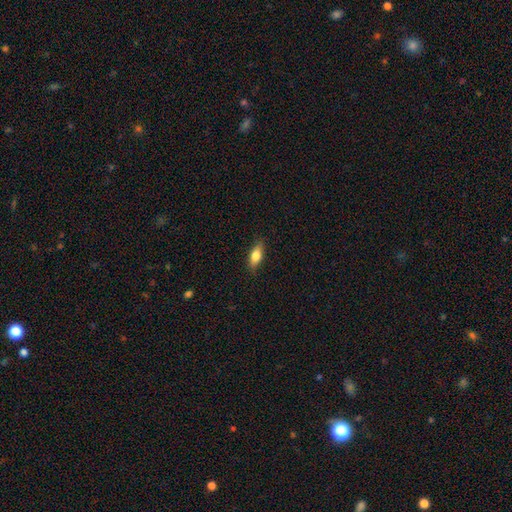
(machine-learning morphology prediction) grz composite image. It shows a smooth galaxy with no disk features (75%) that is in between round and cigar-shaped (73%). Merging: none (85%).